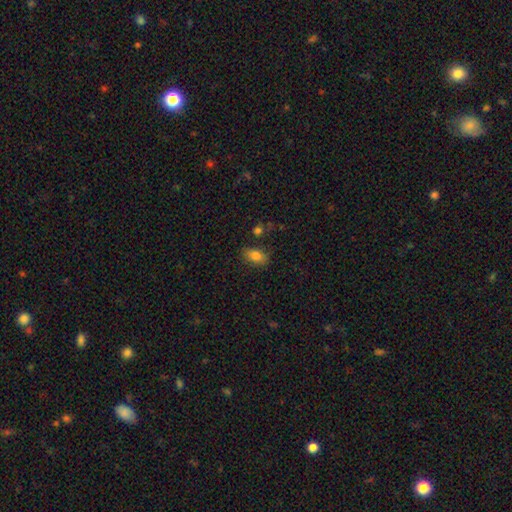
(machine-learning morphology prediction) Smooth or featured: smooth — 81% (star or artifact — 10%)
How rounded: in between — 86% (round — 12%)
Merging: none — 77% (minor disturbance — 15%)